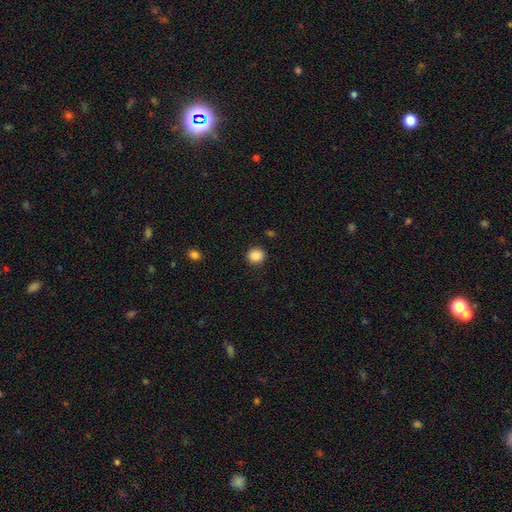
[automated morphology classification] Smooth or featured? smooth (88%)
How rounded? round (88%)
Merging? none (90%)